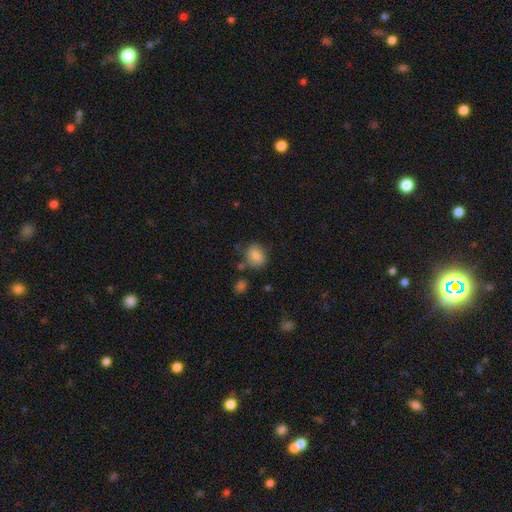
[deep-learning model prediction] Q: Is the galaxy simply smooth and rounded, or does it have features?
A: smooth — 79%.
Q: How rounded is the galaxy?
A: in between — 51%.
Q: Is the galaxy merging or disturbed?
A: none — 65%.